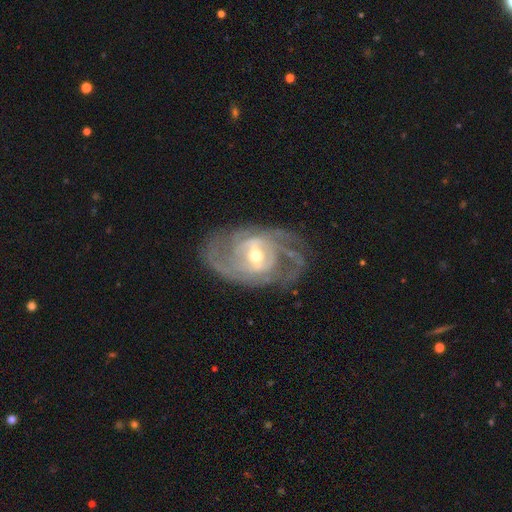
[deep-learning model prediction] This is clearly a featured or disk galaxy (88%). It is clearly not viewed edge-on (96%). Bar: marginally weak (44%). Spiral arm pattern: clearly yes (93%). Spiral arm count: possibly 2 (50%). Spiral winding: marginally tight (44%). Central bulge: possibly moderate (52%). Merging: likely none (68%).